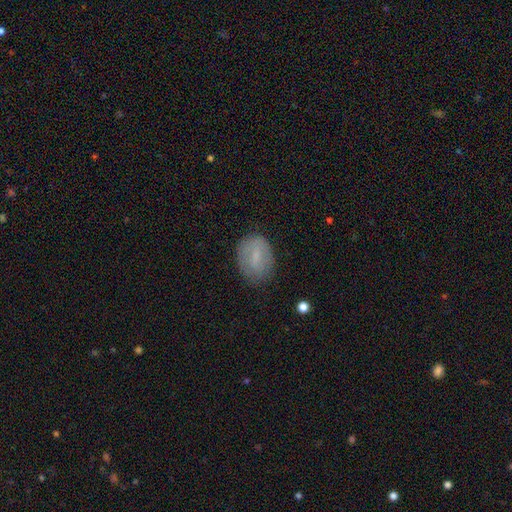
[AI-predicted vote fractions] This is likely a smooth galaxy (60%). How rounded: likely in between (64%). Merging: likely none (77%).